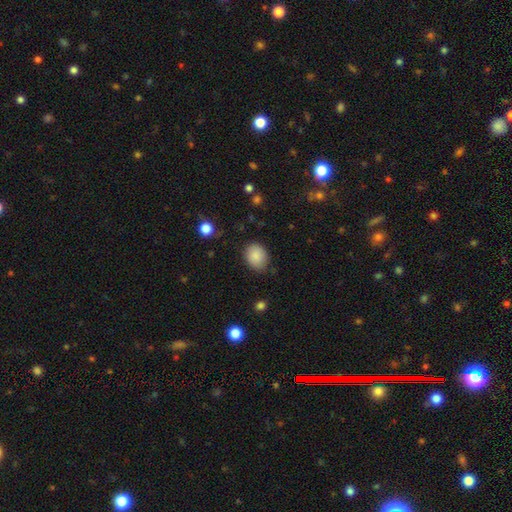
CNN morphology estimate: type=smooth (87%); roundness=in between (54%); merging=none (79%).